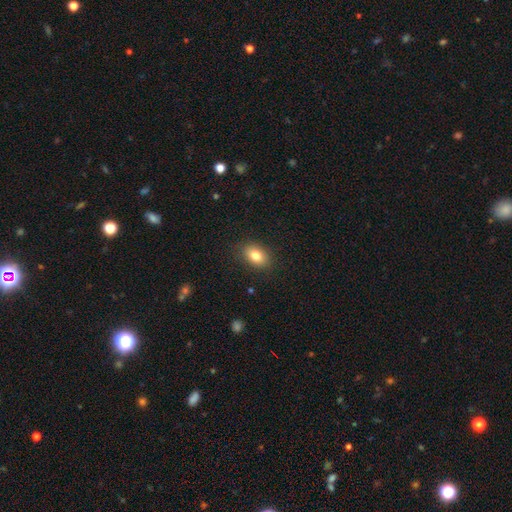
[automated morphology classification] Q: Smooth or featured?
A: smooth (81%); runner-up: star or artifact (9%)
Q: How rounded?
A: in between (76%); runner-up: round (23%)
Q: Merging?
A: none (87%); runner-up: minor disturbance (9%)